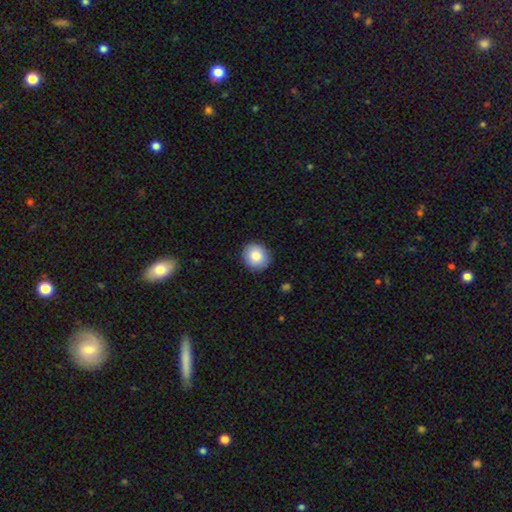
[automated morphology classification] smooth-or-featured: smooth: 84% | featured or disk: 8% | star or artifact: 8%
  how-rounded: round: 87% | in between: 12% | cigar-shaped: 1%
  merging: none: 90% | minor disturbance: 8% | major disturbance: 2% | merger: 1%